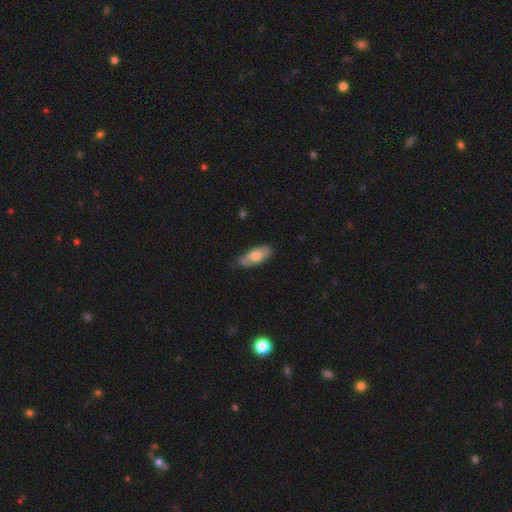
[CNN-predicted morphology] This is likely a smooth galaxy (64%). How rounded: clearly in between (84%). Merging: likely none (70%).